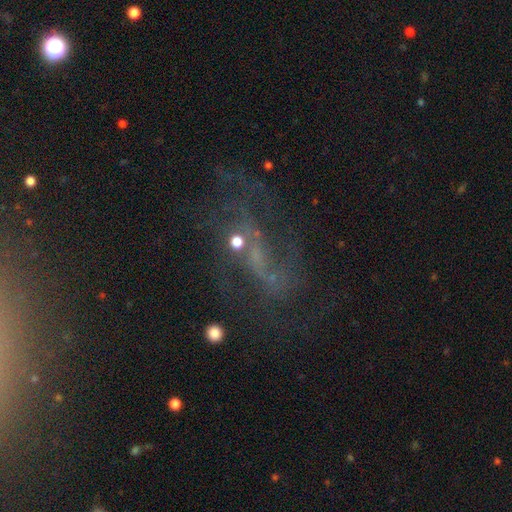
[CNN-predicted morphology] featured or disk 61%, star or artifact 25%, smooth 14%. Down the decision tree: edge-on disk — no (92%); bar — no (59%); spiral arms — yes (66%); bulge size — small (51%); merging — none (41%).